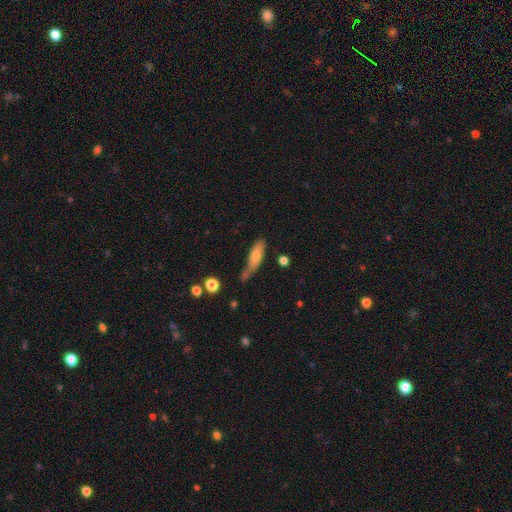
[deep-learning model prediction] Morphology: type=smooth (71%); roundness=cigar-shaped (56%); merging=none (46%).